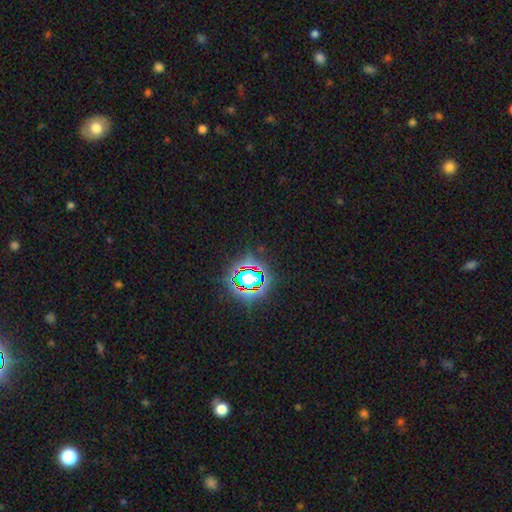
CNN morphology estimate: This appears to be a star or artifact, not a galaxy (80%).